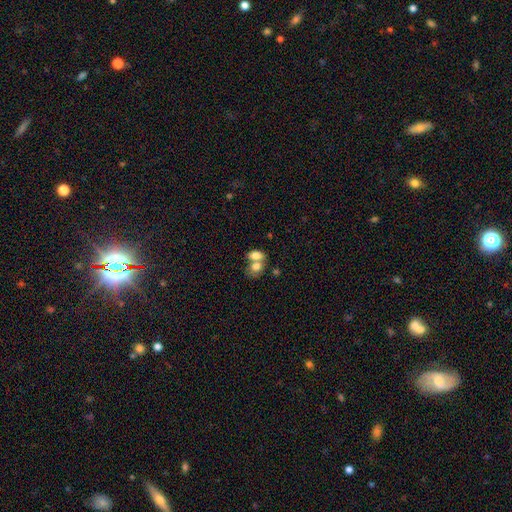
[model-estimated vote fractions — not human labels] smooth-or-featured: smooth: 76% | featured or disk: 16% | star or artifact: 8%
  how-rounded: in between: 78% | round: 20% | cigar-shaped: 2%
  merging: merger: 66% | none: 23% | minor disturbance: 7% | major disturbance: 4%